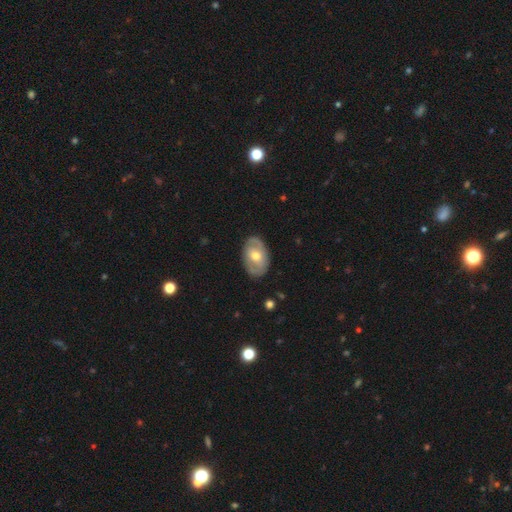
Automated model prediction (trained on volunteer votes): Smooth or featured? Predicted: featured or disk (p=0.55). Edge-on disk? Predicted: no (p=0.92). Bar? Predicted: no (p=0.57). Spiral arms? Predicted: no (p=0.56). Bulge size? Predicted: moderate (p=0.72). Merging? Predicted: none (p=0.81).